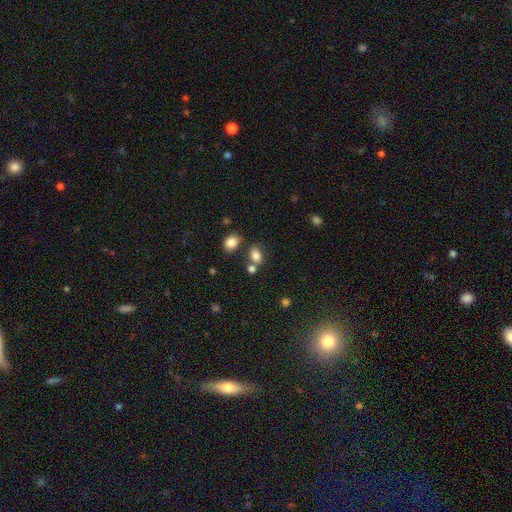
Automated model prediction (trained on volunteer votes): Q: Smooth or featured?
A: smooth (82%); runner-up: star or artifact (11%)
Q: How rounded?
A: in between (77%); runner-up: round (21%)
Q: Merging?
A: none (58%); runner-up: merger (23%)